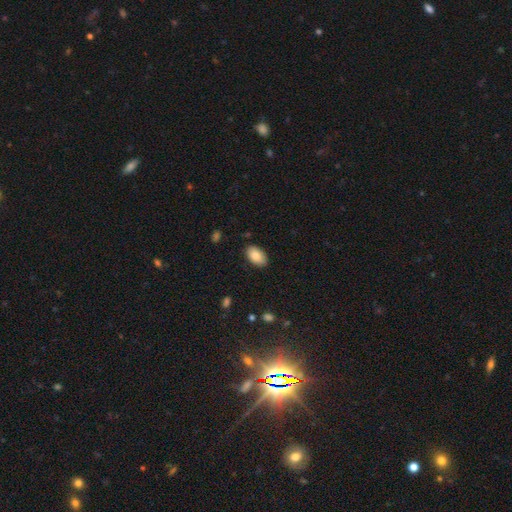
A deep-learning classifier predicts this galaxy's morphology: smooth_or_featured: smooth (p=0.86) [alt: featured or disk p=0.07]
how_rounded: in between (p=0.94) [alt: round p=0.05]
merging: none (p=0.87) [alt: minor disturbance p=0.10]